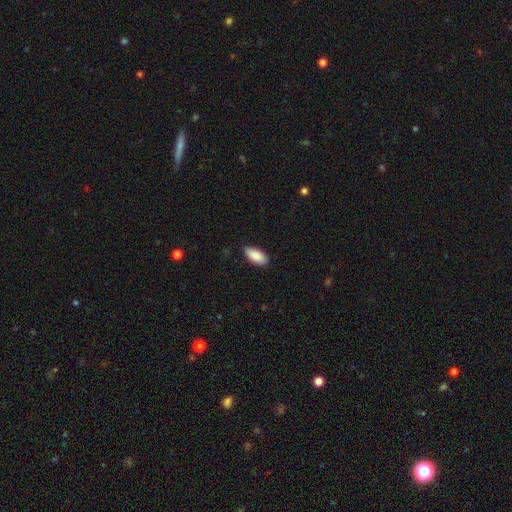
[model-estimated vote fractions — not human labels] A smooth galaxy with no disk features (88%) that is in between round and cigar-shaped (91%).

Vote fractions:
- Smooth or featured? smooth: 88% / star or artifact: 6% / featured or disk: 5%
- How rounded? in between: 91% / cigar-shaped: 7% / round: 2%
- Merging? none: 83% / minor disturbance: 14% / major disturbance: 2% / merger: 1%